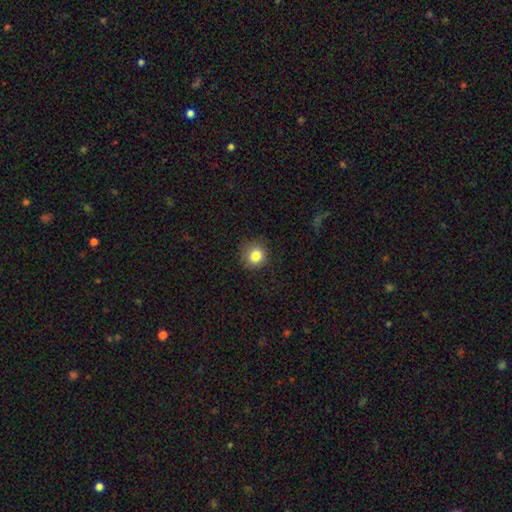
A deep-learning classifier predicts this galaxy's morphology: Q: Smooth or featured?
A: smooth (84%); runner-up: star or artifact (11%)
Q: How rounded?
A: round (88%); runner-up: in between (11%)
Q: Merging?
A: none (84%); runner-up: minor disturbance (11%)